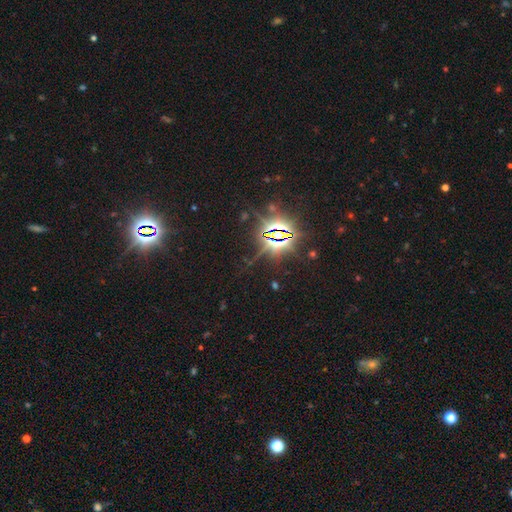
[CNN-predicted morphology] This is clearly a star or artifact rather than a galaxy (84%).